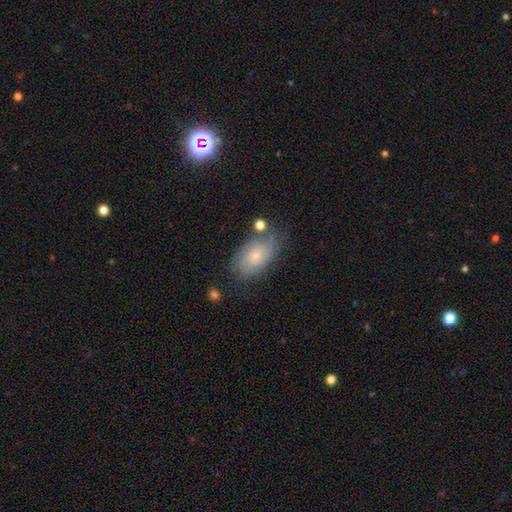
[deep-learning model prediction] Smooth or featured: featured or disk — 52% (smooth — 39%)
Edge-on disk: no — 95% (yes — 5%)
Merging: none — 61% (minor disturbance — 25%)